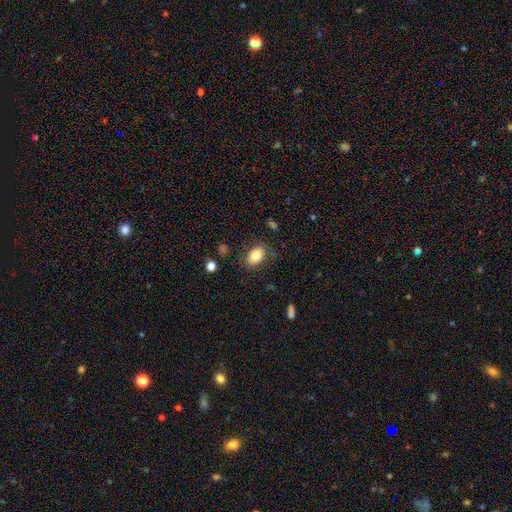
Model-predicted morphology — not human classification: Smooth or featured: smooth — 81% (featured or disk — 11%)
How rounded: in between — 85% (round — 14%)
Merging: none — 77% (minor disturbance — 16%)